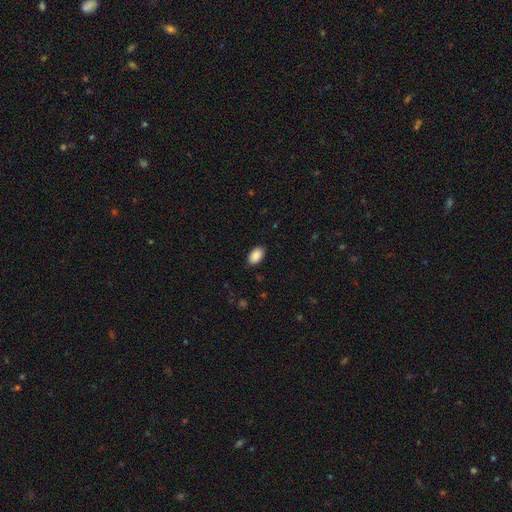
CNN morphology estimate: This is clearly a smooth galaxy (90%). How rounded: clearly in between (93%). Merging: clearly none (88%).